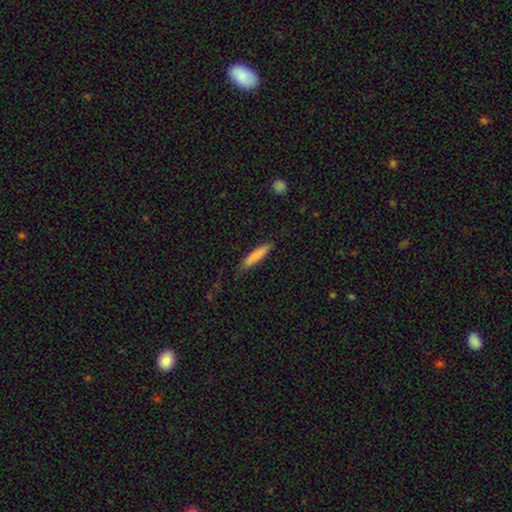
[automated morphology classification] Smooth or featured?
  - smooth: 81% *
  - featured or disk: 13%
  - star or artifact: 6%
How rounded?
  - cigar-shaped: 86% *
  - in between: 13%
  - round: 1%
Merging?
  - none: 81% *
  - minor disturbance: 15%
  - major disturbance: 3%
  - merger: 1%